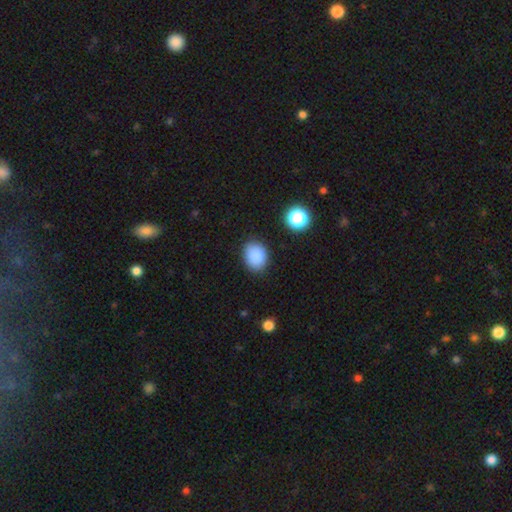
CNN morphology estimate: Q: Smooth or featured?
A: smooth (87%); runner-up: star or artifact (9%)
Q: How rounded?
A: in between (53%); runner-up: round (46%)
Q: Merging?
A: none (85%); runner-up: minor disturbance (11%)